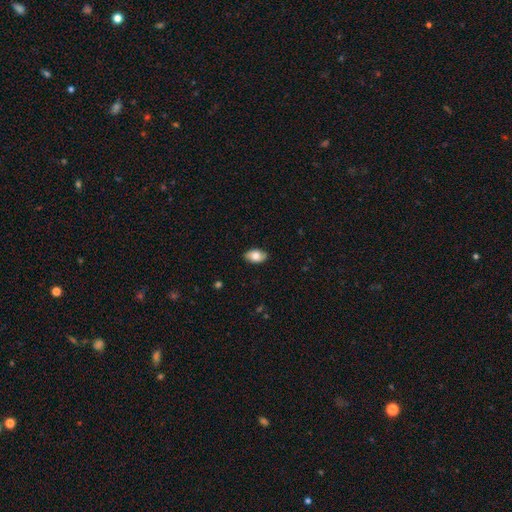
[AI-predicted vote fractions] Smooth or featured?
  - smooth: 75% *
  - featured or disk: 18%
  - star or artifact: 7%
How rounded?
  - in between: 92% *
  - round: 6%
  - cigar-shaped: 2%
Merging?
  - none: 85% *
  - minor disturbance: 12%
  - major disturbance: 2%
  - merger: 1%